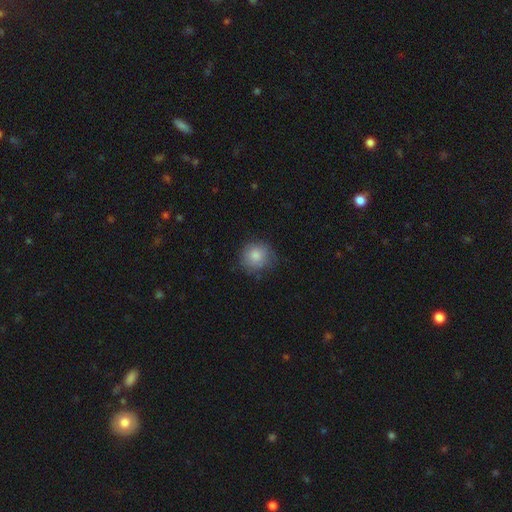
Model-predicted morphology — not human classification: Q: Smooth or featured?
A: smooth (83%); runner-up: featured or disk (9%)
Q: How rounded?
A: round (87%); runner-up: in between (12%)
Q: Merging?
A: none (71%); runner-up: minor disturbance (22%)